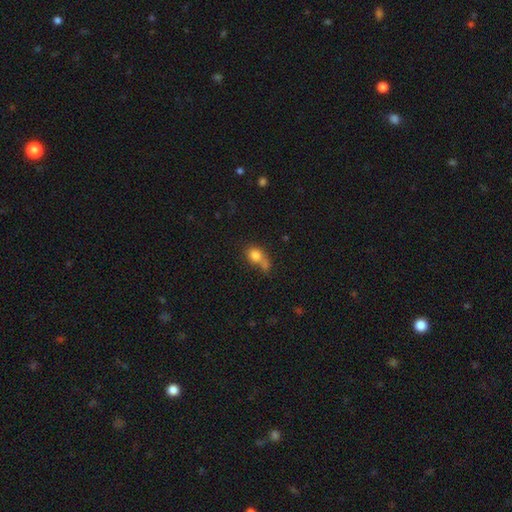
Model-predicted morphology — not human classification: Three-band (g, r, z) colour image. It shows a smooth galaxy with no disk features (79%) that is round (58%). Merging: merger (39%).